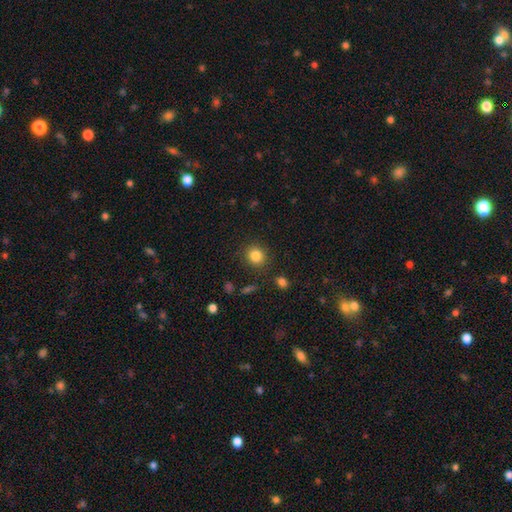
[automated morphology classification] The model was most divided on "how rounded": round: 83%, in between: 16%, cigar-shaped: 1%. More confident: merging — none (86%); smooth or featured — smooth (85%).